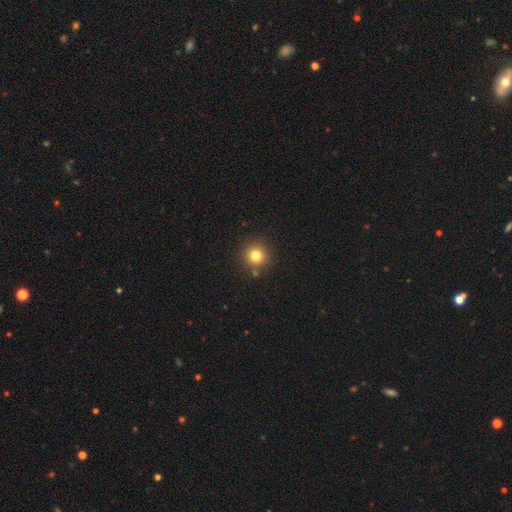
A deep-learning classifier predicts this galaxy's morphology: A smooth galaxy with no disk features (80%) that is round (95%). Merging: none (85%).